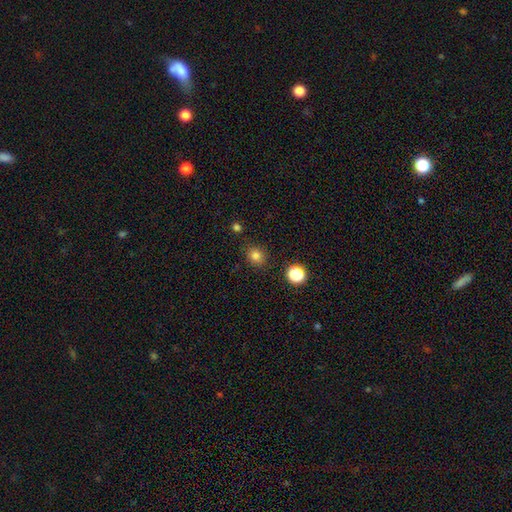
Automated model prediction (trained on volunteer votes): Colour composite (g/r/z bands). It shows a smooth galaxy with no disk features (80%) that is round (80%). Merging: none (86%).